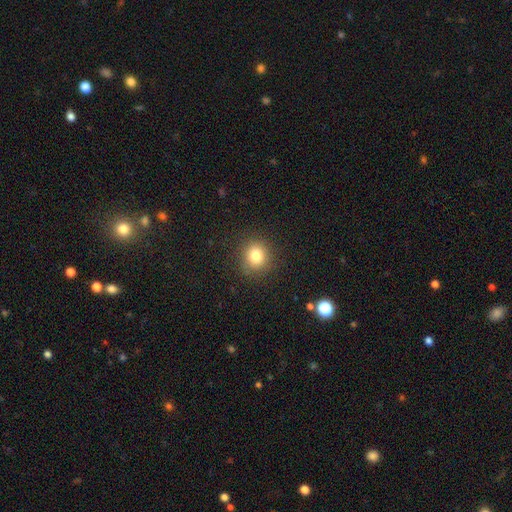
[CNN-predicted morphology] Smooth or featured? Predicted: smooth (p=0.81). How rounded? Predicted: round (p=0.86). Merging? Predicted: none (p=0.88).